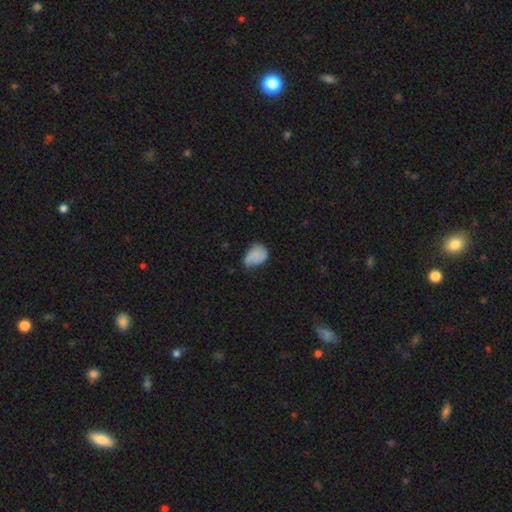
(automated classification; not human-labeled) Smooth or featured: smooth — 70% (featured or disk — 21%)
How rounded: in between — 70% (round — 29%)
Merging: minor disturbance — 44% (none — 32%)